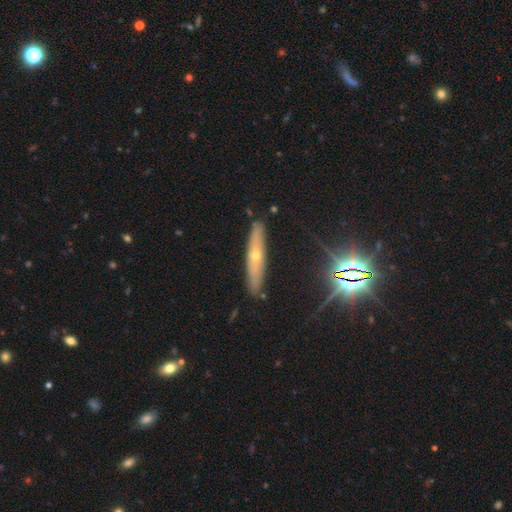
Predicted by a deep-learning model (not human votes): The model was most divided on "smooth or featured": featured or disk: 53%, smooth: 35%, star or artifact: 12%. More confident: merging — none (86%); edge-on disk — yes (80%).